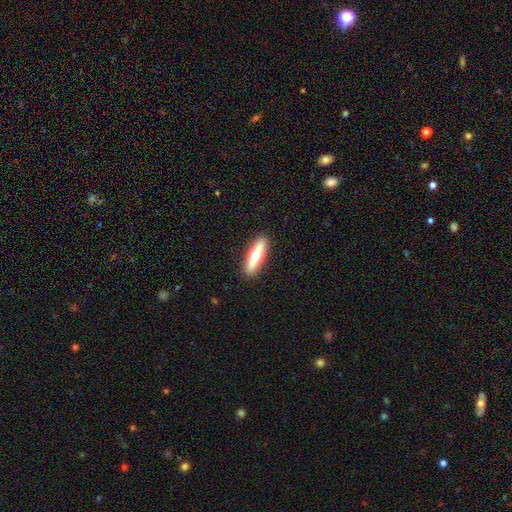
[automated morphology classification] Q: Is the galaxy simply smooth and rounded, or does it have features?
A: featured or disk — 48%.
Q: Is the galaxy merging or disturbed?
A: none — 91%.